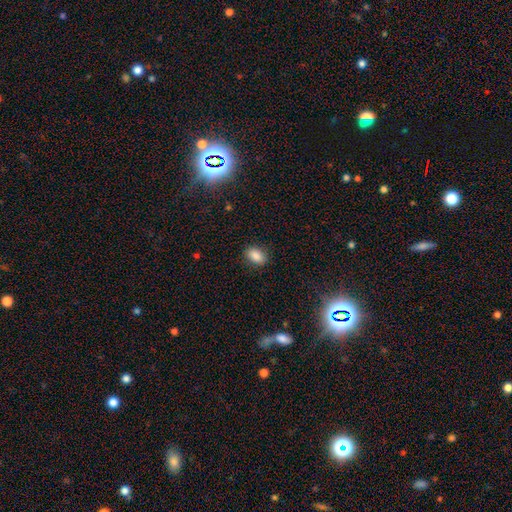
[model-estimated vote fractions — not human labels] smooth_or_featured: smooth (p=0.86) [alt: star or artifact p=0.09]
how_rounded: in between (p=0.85) [alt: round p=0.14]
merging: none (p=0.88) [alt: minor disturbance p=0.09]